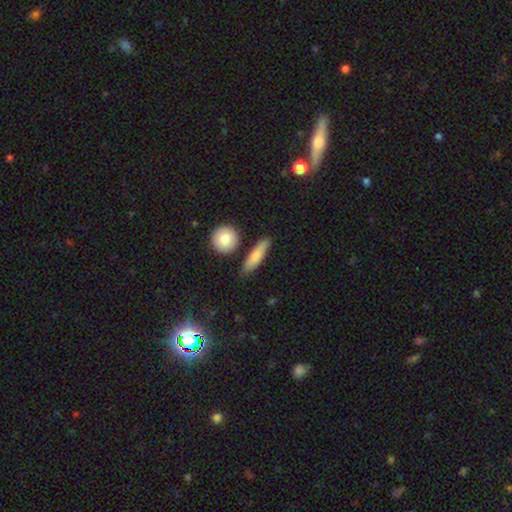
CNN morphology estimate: Overall: smooth (75%). How rounded: cigar-shaped (63%; in between 31%). Merging: none (78%).